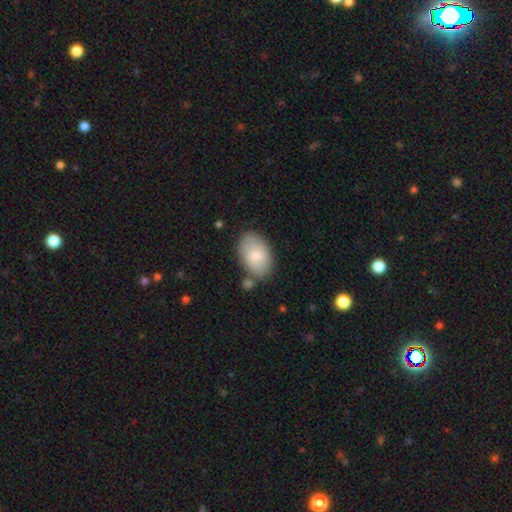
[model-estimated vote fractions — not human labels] Overall: smooth (79%). How rounded: in between (91%). Merging: none (71%).